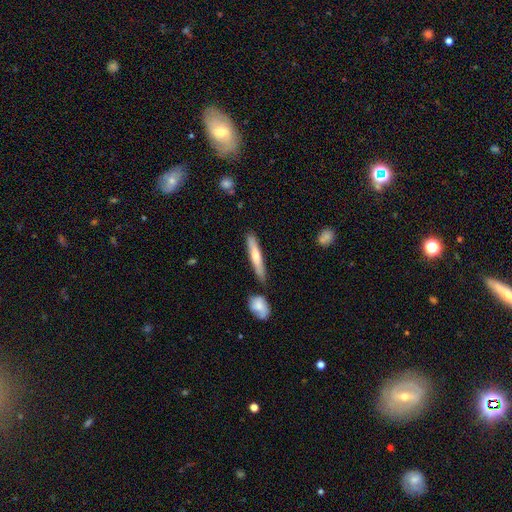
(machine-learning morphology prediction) Smooth or featured?
  - smooth: 57% *
  - featured or disk: 38%
  - star or artifact: 5%
How rounded?
  - cigar-shaped: 91% *
  - in between: 7%
  - round: 2%
Merging?
  - none: 80% *
  - minor disturbance: 11%
  - merger: 6%
  - major disturbance: 2%